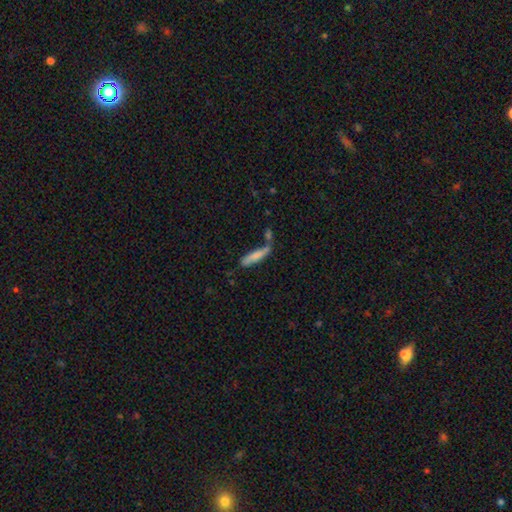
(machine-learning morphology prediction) smooth_or_featured: smooth (p=0.77) [alt: featured or disk p=0.16]
how_rounded: cigar-shaped (p=0.79) [alt: in between p=0.19]
merging: none (p=0.51) [alt: merger p=0.22]